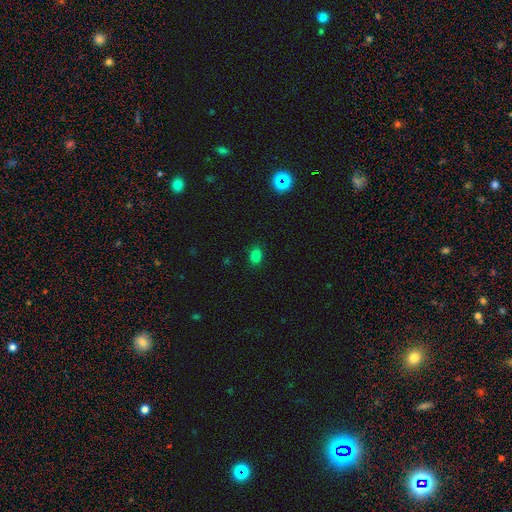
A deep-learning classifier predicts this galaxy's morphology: This appears to be a smooth galaxy with no disk features (81%) that is in between round and cigar-shaped (74%). Merging: none (87%).